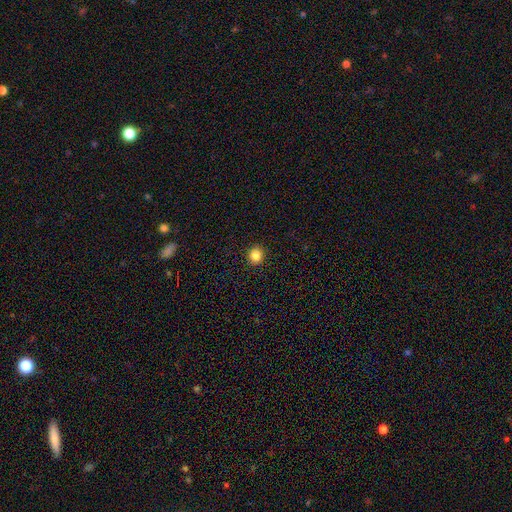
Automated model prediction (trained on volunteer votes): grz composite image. It shows a smooth galaxy with no disk features (86%) that is round (90%). Merging: none (93%).